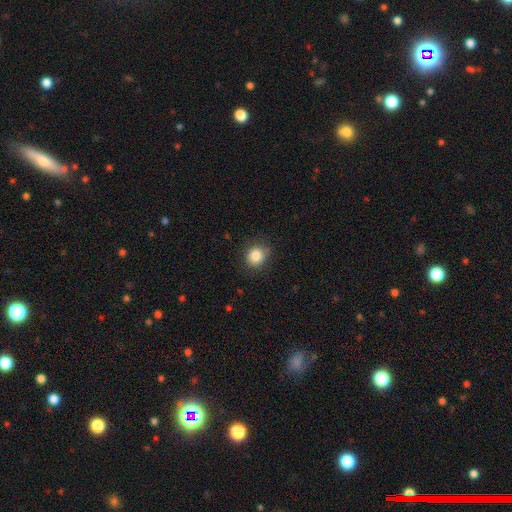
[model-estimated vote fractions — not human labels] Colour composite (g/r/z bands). It shows a smooth galaxy with no disk features (86%) that is round (80%). Merging: none (82%).